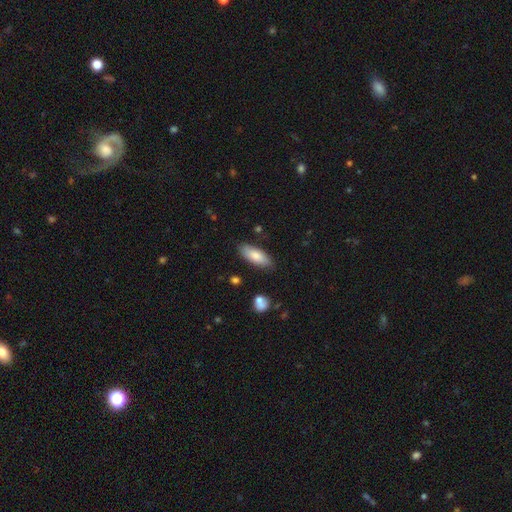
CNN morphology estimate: Smooth or featured: smooth — 81% (featured or disk — 14%)
How rounded: in between — 76% (cigar-shaped — 23%)
Merging: none — 83% (minor disturbance — 13%)